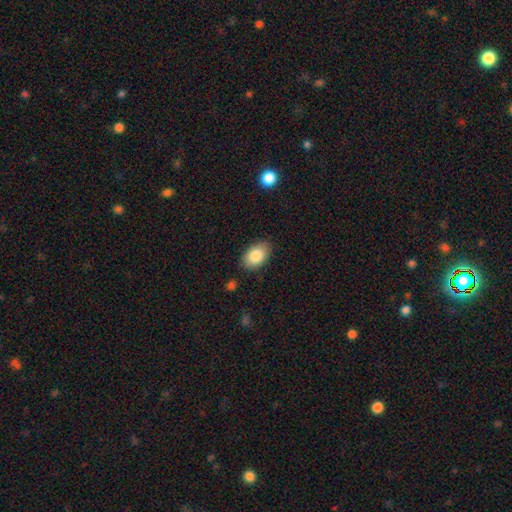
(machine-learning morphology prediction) A smooth galaxy with no disk features (84%) that is in between round and cigar-shaped (90%). Merging: none (83%).